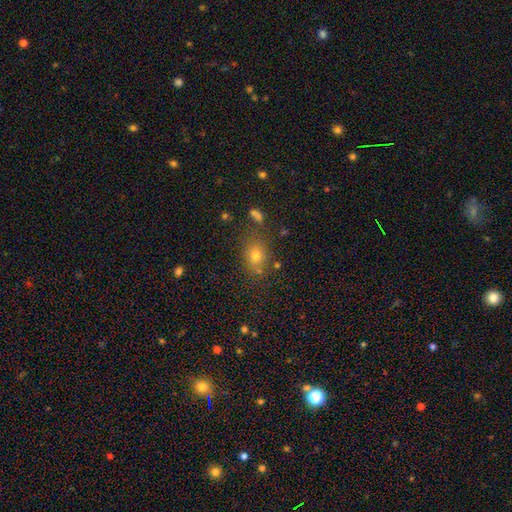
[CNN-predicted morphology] Smooth or featured? smooth (69%)
How rounded? round (50%)
Merging? none (77%)